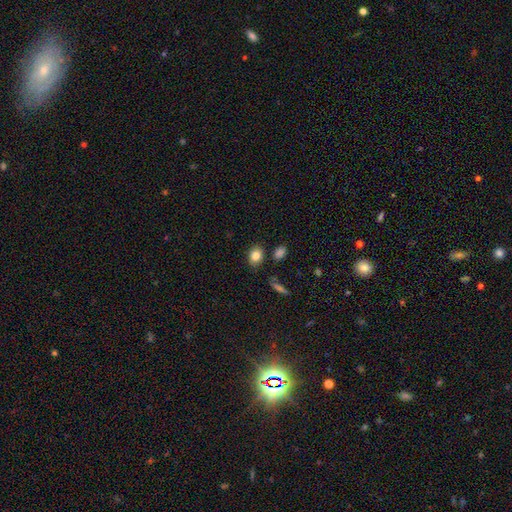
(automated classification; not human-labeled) This appears to be a smooth galaxy with no disk features (84%) that is in between round and cigar-shaped (62%). Merging: none (83%).